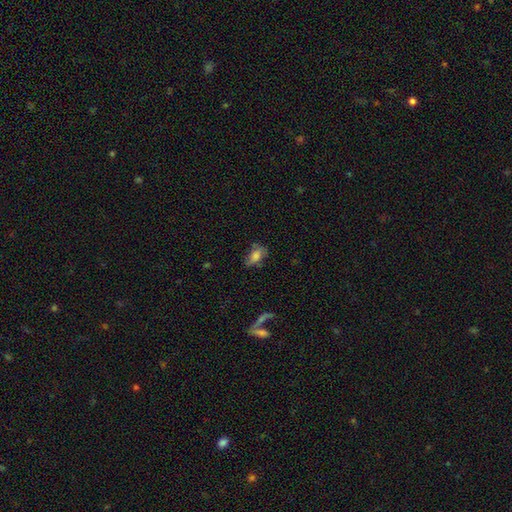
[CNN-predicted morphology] A smooth galaxy with no disk features (66%) that is in between round and cigar-shaped (85%).

Vote fractions:
- Smooth or featured? smooth: 66% / featured or disk: 24% / star or artifact: 11%
- How rounded? in between: 85% / round: 9% / cigar-shaped: 6%
- Merging? none: 47% / minor disturbance: 30% / major disturbance: 19% / merger: 5%